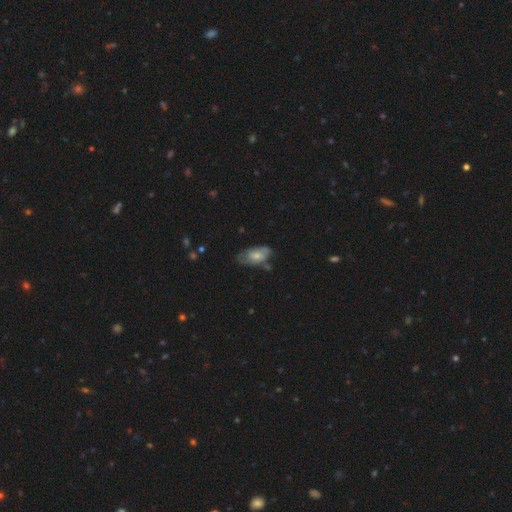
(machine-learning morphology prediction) smooth-or-featured: smooth: 51% | featured or disk: 40% | star or artifact: 9%
  how-rounded: in between: 90% | cigar-shaped: 6% | round: 5%
  merging: none: 60% | minor disturbance: 27% | major disturbance: 9% | merger: 3%